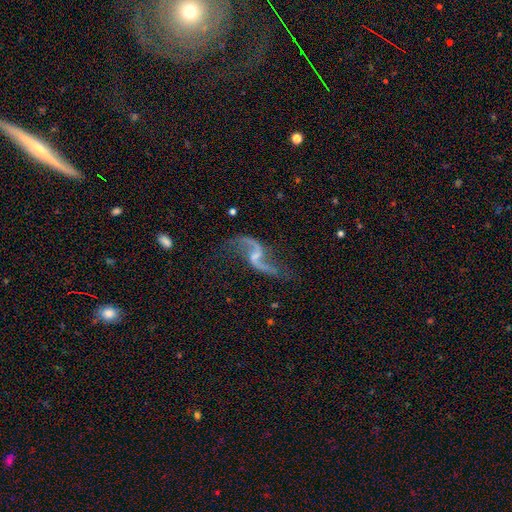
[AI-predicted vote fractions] A featured or disk galaxy (91%) with a weak bar (45%), 2 (93%) loose (90%) spiral arms (96%) and a small central bulge (58%). Merging: none (68%).